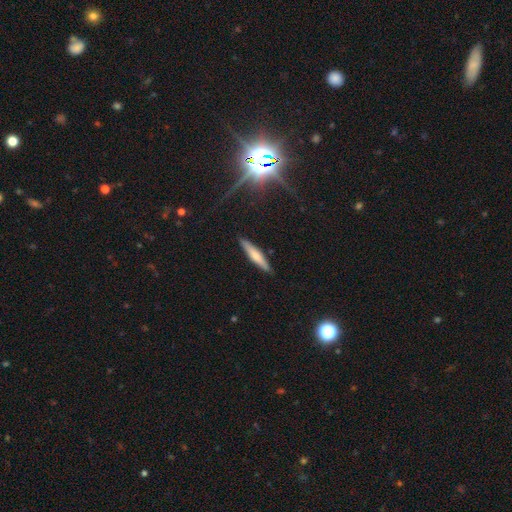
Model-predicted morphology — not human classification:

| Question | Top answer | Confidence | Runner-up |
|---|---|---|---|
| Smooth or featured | smooth | 60% | featured or disk (33%) |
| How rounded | cigar-shaped | 87% | in between (12%) |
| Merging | none | 89% | minor disturbance (8%) |